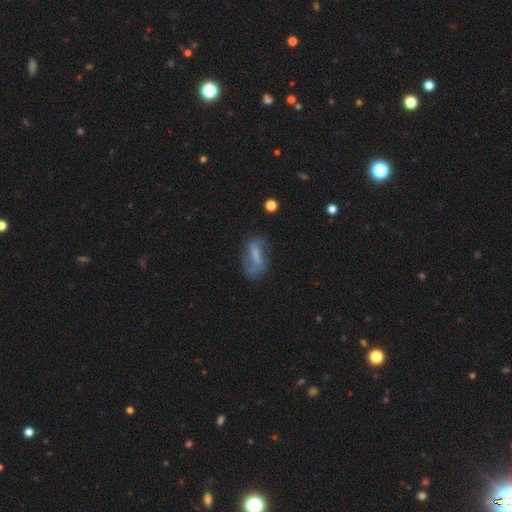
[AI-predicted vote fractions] Smooth or featured? Predicted: featured or disk (p=0.50). Edge-on disk? Predicted: no (p=0.89). Merging? Predicted: none (p=0.55).